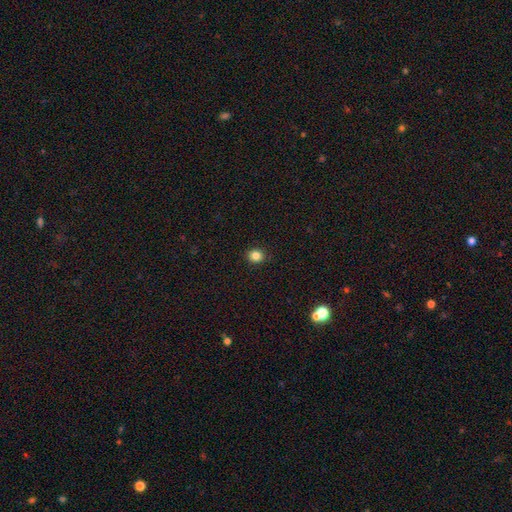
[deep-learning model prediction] smooth 84%, star or artifact 12%, featured or disk 5%. Down the decision tree: how rounded — round (74%); merging — none (92%).